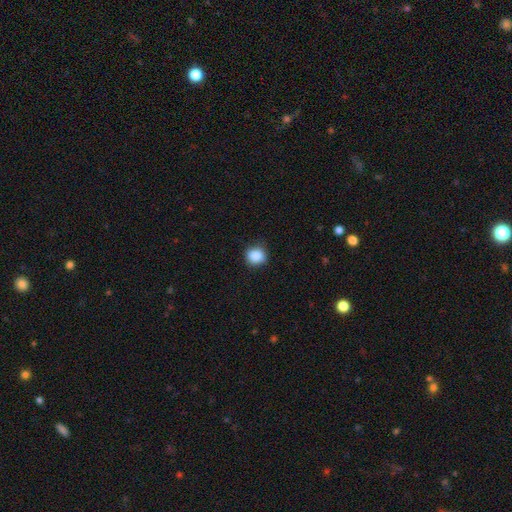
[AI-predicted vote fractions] This is clearly a smooth galaxy (87%). How rounded: clearly round (87%). Merging: clearly none (85%).